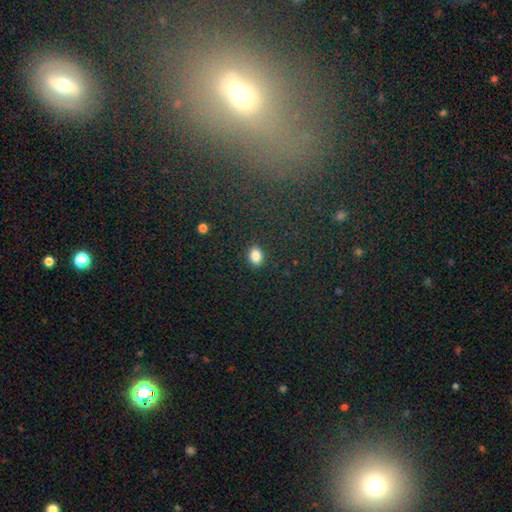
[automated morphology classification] A smooth galaxy with no disk features (85%) that is in between round and cigar-shaped (69%). Merging: none (88%).